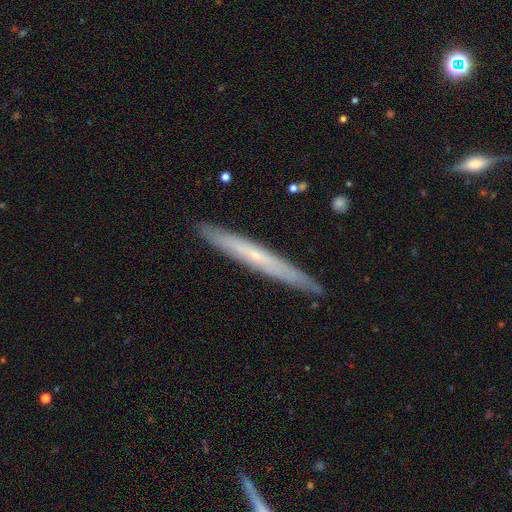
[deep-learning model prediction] smooth_or_featured: featured or disk (p=0.55) [alt: smooth p=0.38]
disk_edge_on: yes (p=0.91) [alt: no p=0.09]
edge_on_bulge: none (p=0.70) [alt: rounded p=0.27]
merging: none (p=0.89) [alt: minor disturbance p=0.08]